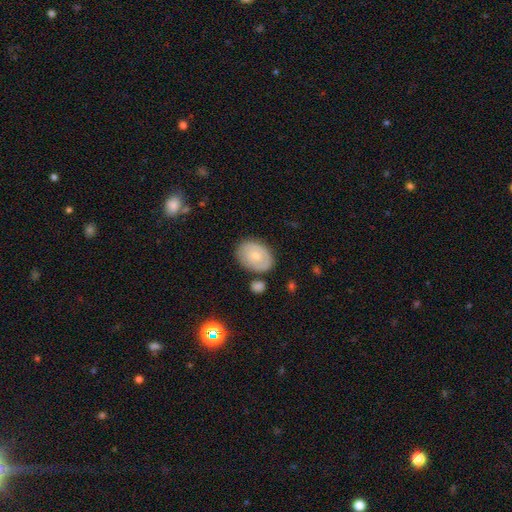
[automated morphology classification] A smooth galaxy with no disk features (65%) that is in between round and cigar-shaped (75%).

Vote fractions:
- Smooth or featured? smooth: 65% / featured or disk: 29% / star or artifact: 7%
- How rounded? in between: 75% / round: 24% / cigar-shaped: 1%
- Merging? none: 74% / minor disturbance: 18% / merger: 5% / major disturbance: 4%